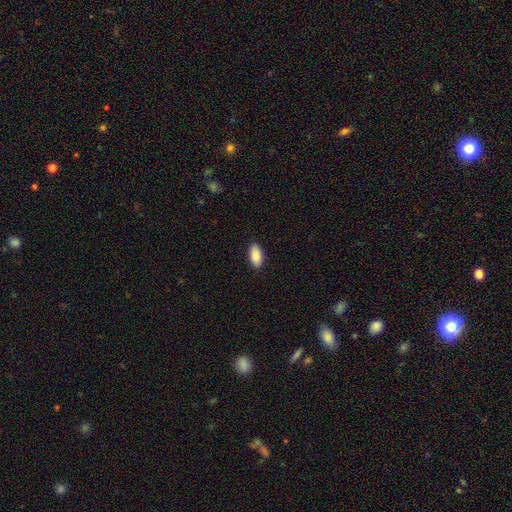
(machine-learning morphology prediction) A smooth galaxy with no disk features (90%) that is in between round and cigar-shaped (93%). Merging: none (89%).